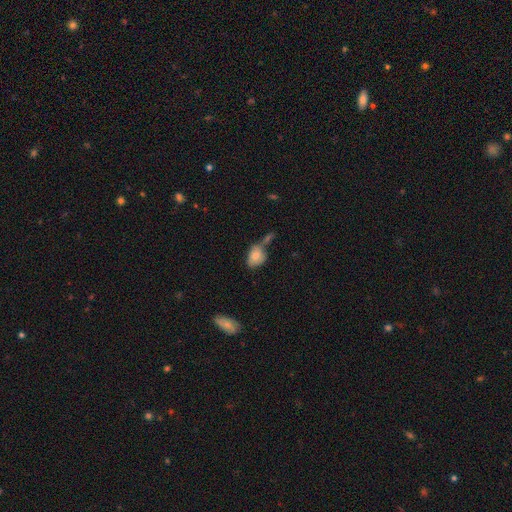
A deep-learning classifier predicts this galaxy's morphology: smooth-or-featured: smooth: 78% | featured or disk: 15% | star or artifact: 8%
  how-rounded: in between: 73% | round: 25% | cigar-shaped: 2%
  merging: none: 41% | merger: 28% | minor disturbance: 22% | major disturbance: 9%